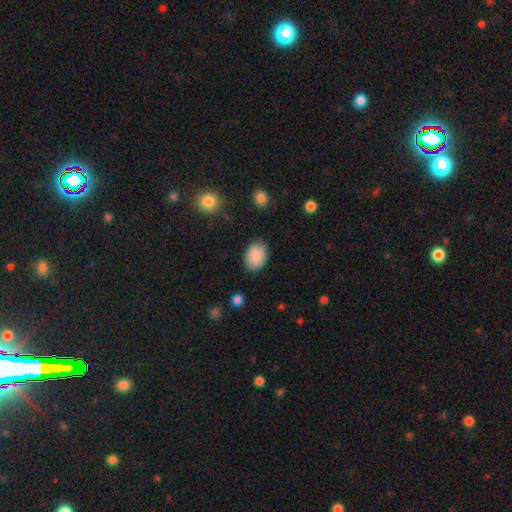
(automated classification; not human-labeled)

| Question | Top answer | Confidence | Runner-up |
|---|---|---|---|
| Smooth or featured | smooth | 89% | star or artifact (7%) |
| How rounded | in between | 77% | round (22%) |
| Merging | none | 85% | minor disturbance (11%) |